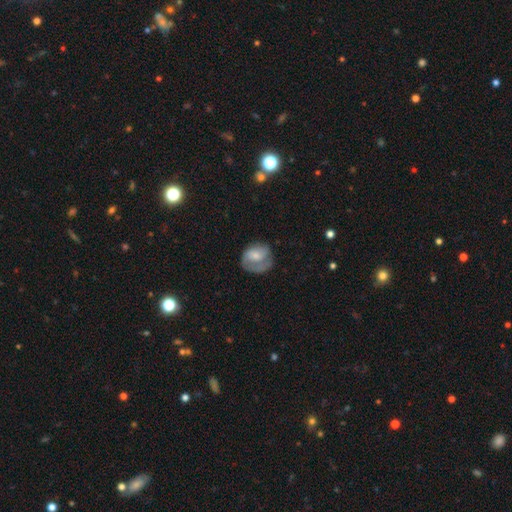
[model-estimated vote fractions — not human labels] The model was most divided on "merging": none: 45%, minor disturbance: 28%, major disturbance: 24%, merger: 2%. More confident: how rounded — round (59%); smooth or featured — smooth (56%).